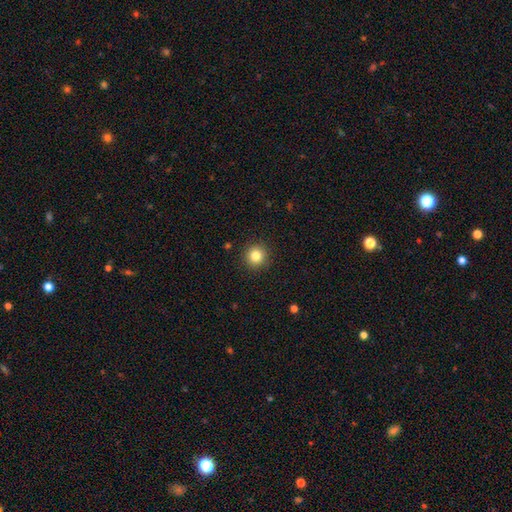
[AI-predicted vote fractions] Q: Smooth or featured?
A: smooth (83%); runner-up: star or artifact (11%)
Q: How rounded?
A: round (94%); runner-up: in between (5%)
Q: Merging?
A: none (91%); runner-up: minor disturbance (6%)